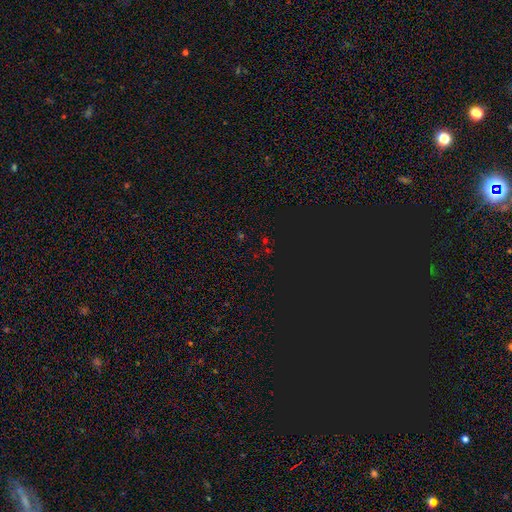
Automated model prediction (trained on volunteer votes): Smooth or featured?
  - star or artifact: 69% *
  - smooth: 24%
  - featured or disk: 7%